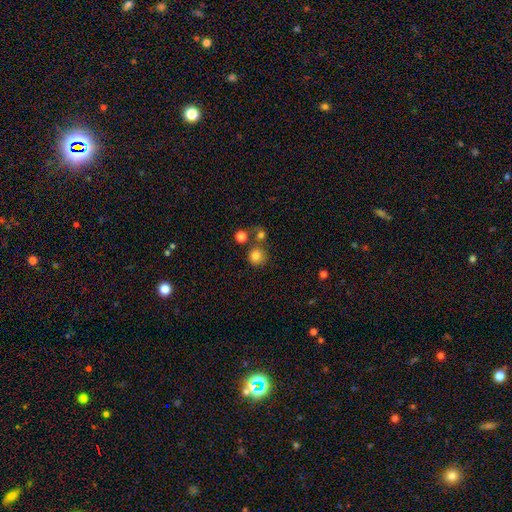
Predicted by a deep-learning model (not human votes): smooth_or_featured: smooth (p=0.80) [alt: star or artifact p=0.13]
how_rounded: round (p=0.90) [alt: in between p=0.09]
merging: none (p=0.66) [alt: merger p=0.20]